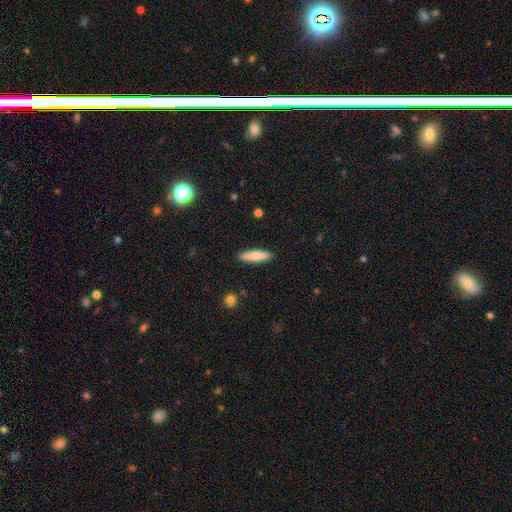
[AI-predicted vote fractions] This is likely a smooth galaxy (77%). How rounded: likely cigar-shaped (75%). Merging: clearly none (90%).